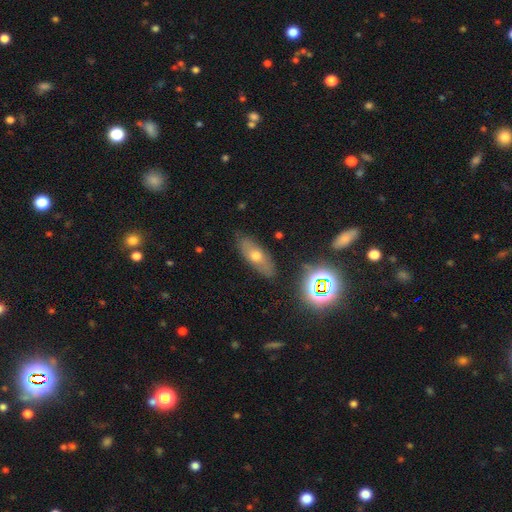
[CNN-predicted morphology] Smooth or featured?
  - smooth: 50% *
  - featured or disk: 33%
  - star or artifact: 17%
Merging?
  - none: 82% *
  - minor disturbance: 13%
  - major disturbance: 3%
  - merger: 2%